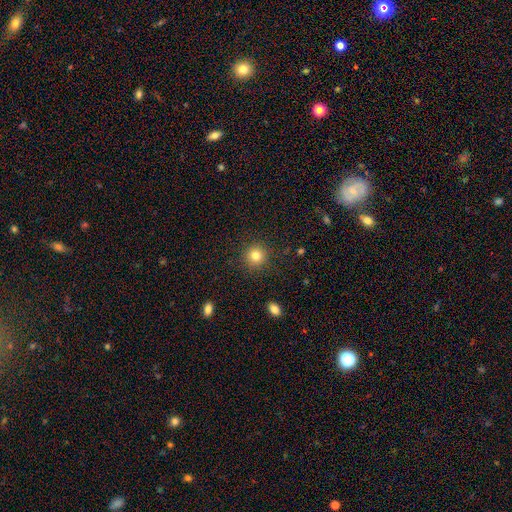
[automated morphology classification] smooth_or_featured: smooth (p=0.81) [alt: star or artifact p=0.12]
how_rounded: round (p=0.93) [alt: in between p=0.06]
merging: none (p=0.90) [alt: minor disturbance p=0.06]